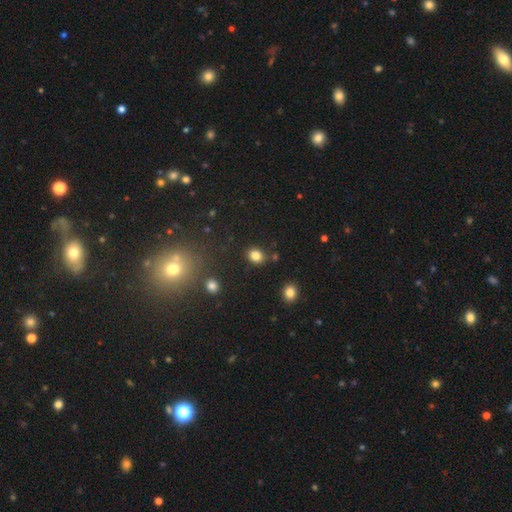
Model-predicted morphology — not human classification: Smooth or featured: smooth — 83% (star or artifact — 12%)
How rounded: round — 59% (in between — 40%)
Merging: none — 83% (minor disturbance — 10%)